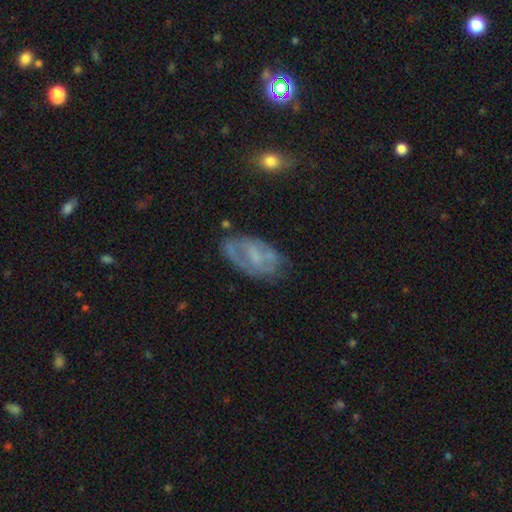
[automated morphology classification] The model was most divided on "bulge size": none: 38%, small: 37%, moderate: 22%, large: 2%, dominant: 1%. More confident: edge-on disk — no (94%); merging — none (61%); smooth or featured — featured or disk (59%); bar — no (51%); spiral arms — yes (51%).